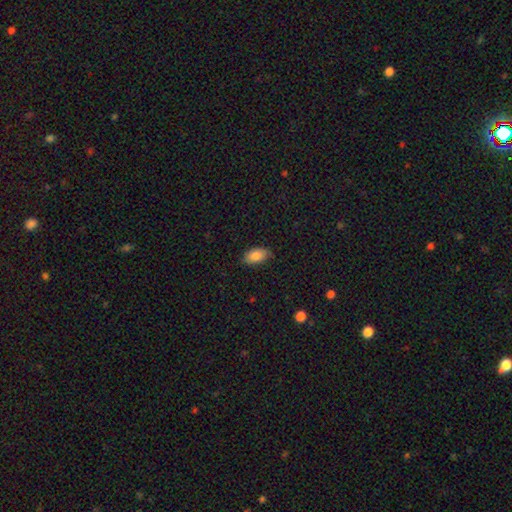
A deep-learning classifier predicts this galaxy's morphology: A smooth galaxy with no disk features (85%) that is in between round and cigar-shaped (93%). Merging: none (79%).